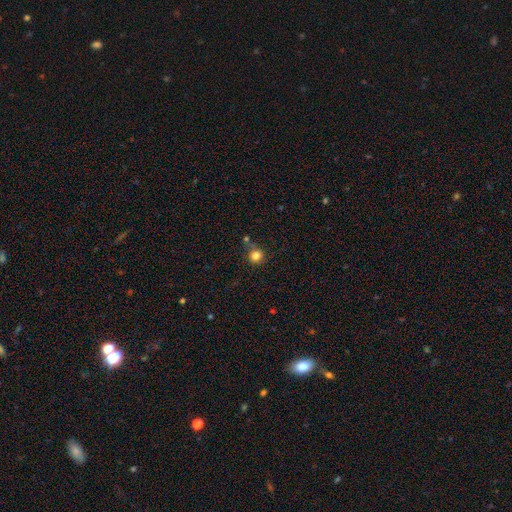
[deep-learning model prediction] Smooth or featured?
  - smooth: 82% *
  - star or artifact: 12%
  - featured or disk: 6%
How rounded?
  - round: 88% *
  - in between: 11%
  - cigar-shaped: 1%
Merging?
  - none: 69% *
  - minor disturbance: 14%
  - merger: 12%
  - major disturbance: 5%